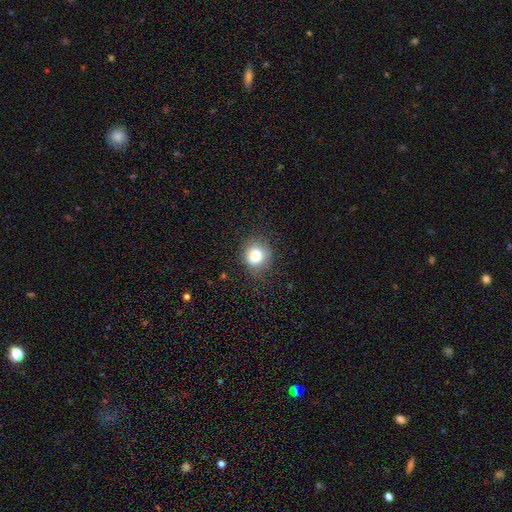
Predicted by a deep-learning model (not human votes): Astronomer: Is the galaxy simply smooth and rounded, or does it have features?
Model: smooth — 83%.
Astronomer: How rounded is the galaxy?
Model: round — 79%.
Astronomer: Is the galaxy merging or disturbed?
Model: none — 76%.